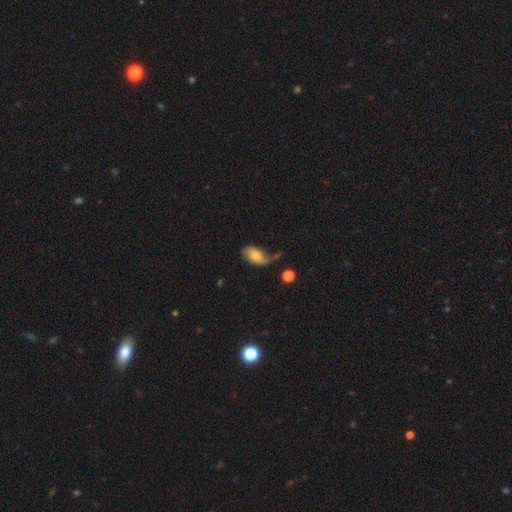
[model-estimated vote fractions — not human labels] A smooth galaxy with no disk features (65%) that is in between round and cigar-shaped (92%). Merging: none (32%).